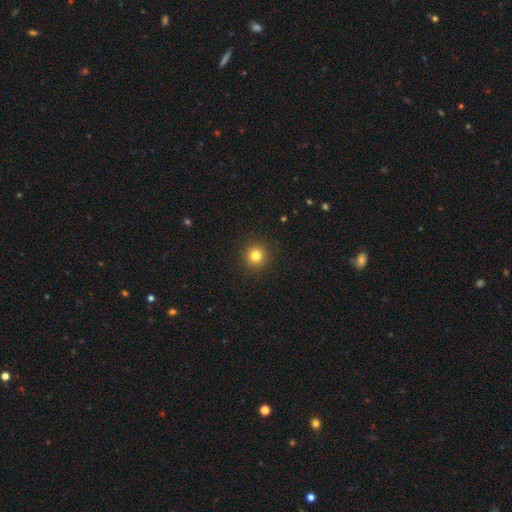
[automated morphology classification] Smooth or featured?
  - smooth: 81% *
  - star or artifact: 13%
  - featured or disk: 6%
How rounded?
  - round: 93% *
  - in between: 6%
  - cigar-shaped: 1%
Merging?
  - none: 92% *
  - minor disturbance: 5%
  - major disturbance: 2%
  - merger: 1%